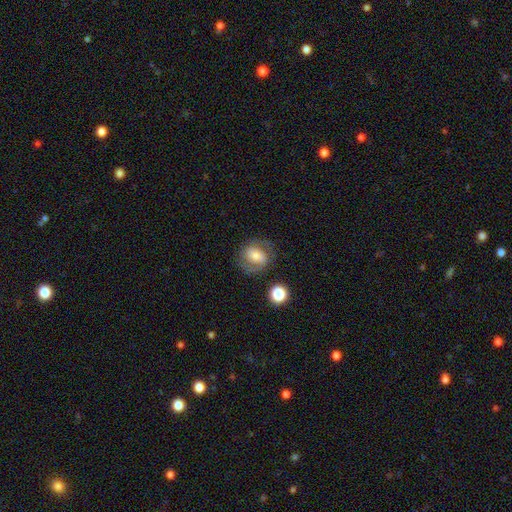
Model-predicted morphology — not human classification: type=featured or disk (53%); edge-on=no (97%); bar=no (51%); spiral arms=yes (79%); bulge=moderate (47%); merging=none (68%).